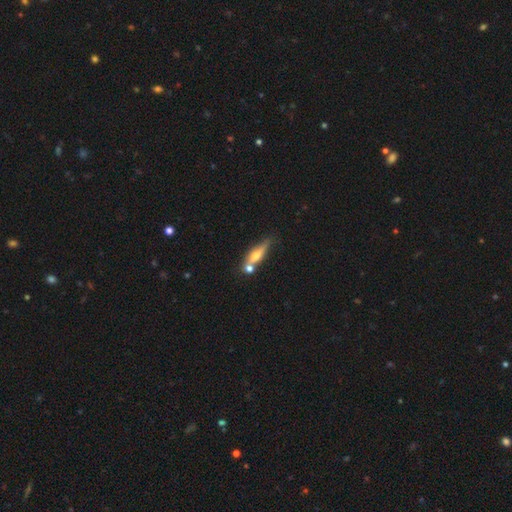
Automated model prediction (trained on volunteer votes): This appears to be a featured or disk galaxy (50%) viewed edge-on (86%). Merging: none (54%).